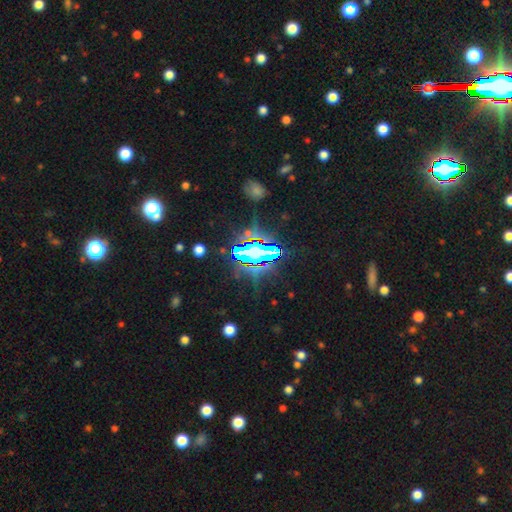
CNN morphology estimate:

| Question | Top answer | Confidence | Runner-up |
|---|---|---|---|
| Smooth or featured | star or artifact | 80% | smooth (12%) |